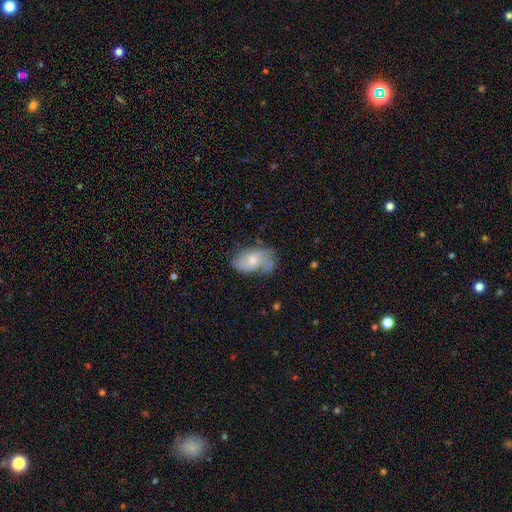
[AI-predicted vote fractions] Smooth or featured: featured or disk — 64% (smooth — 28%)
Edge-on disk: no — 96% (yes — 4%)
Bar: no — 75% (weak — 22%)
Spiral arms: yes — 85% (no — 15%)
Spiral winding: medium — 41% (loose — 30%)
Spiral arm count: 2 — 42% (can't tell — 25%)
Bulge size: small — 48% (moderate — 47%)
Merging: none — 58% (minor disturbance — 27%)